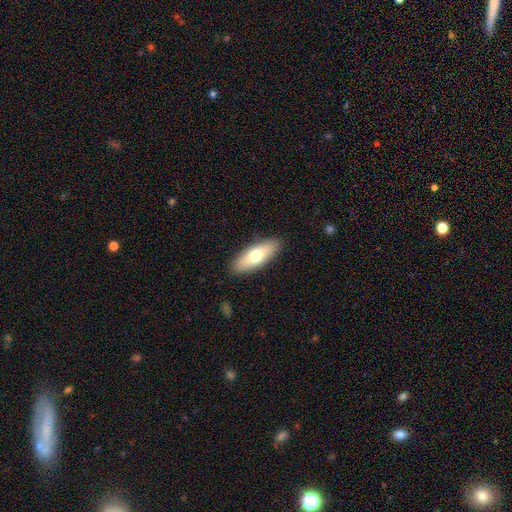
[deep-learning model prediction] Smooth or featured? Predicted: smooth (p=0.67). How rounded? Predicted: in between (p=0.67). Merging? Predicted: none (p=0.89).